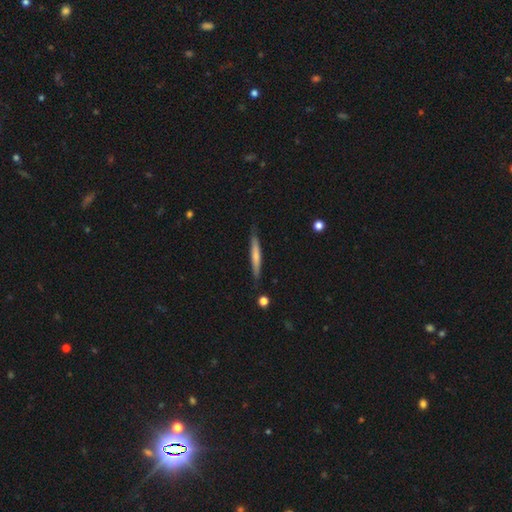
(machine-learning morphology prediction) smooth 60%, featured or disk 34%, star or artifact 5%. Down the decision tree: how rounded — cigar-shaped (95%); merging — none (84%).